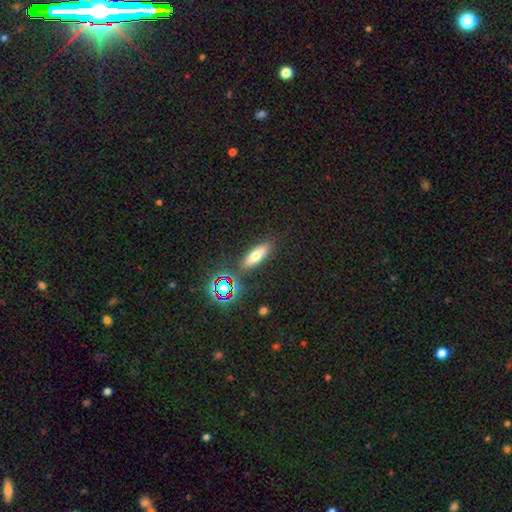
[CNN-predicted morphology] Smooth or featured? Predicted: smooth (p=0.63). How rounded? Predicted: cigar-shaped (p=0.48). Merging? Predicted: none (p=0.84).